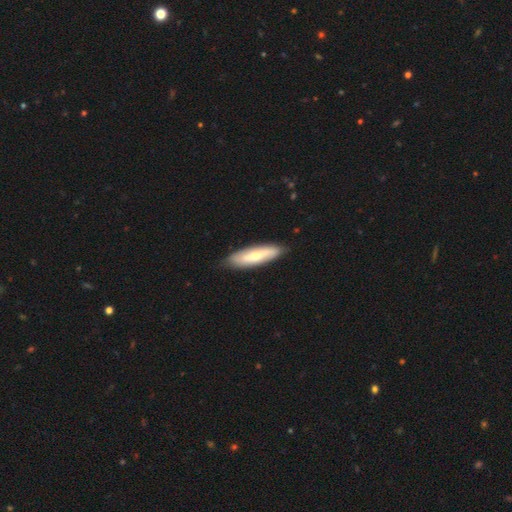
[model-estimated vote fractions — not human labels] smooth 51%, featured or disk 44%, star or artifact 5%. Down the decision tree: how rounded — cigar-shaped (55%); merging — none (83%).